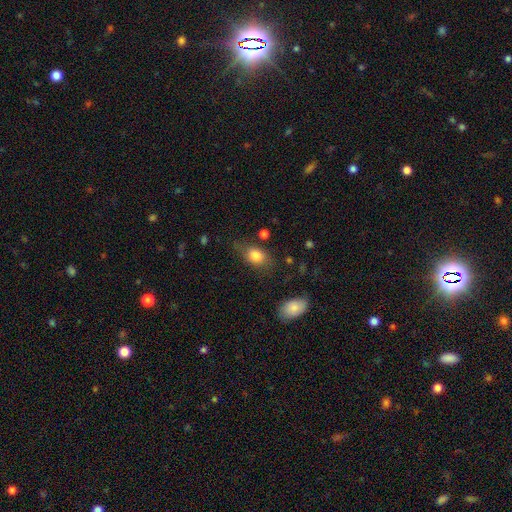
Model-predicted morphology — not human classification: This is clearly a smooth galaxy (81%). How rounded: likely in between (76%). Merging: likely none (65%).